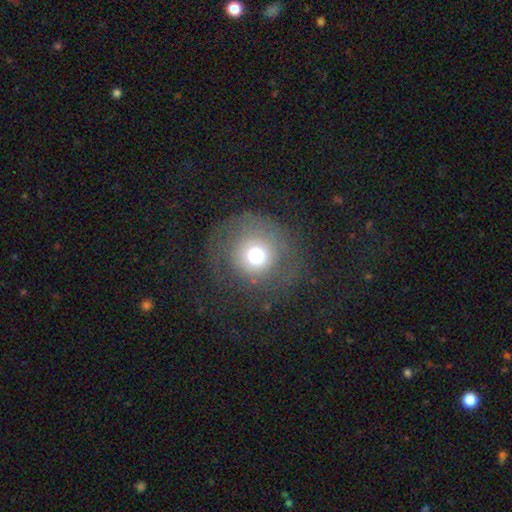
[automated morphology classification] This is possibly a smooth galaxy (58%). How rounded: clearly round (92%). Merging: likely none (67%).